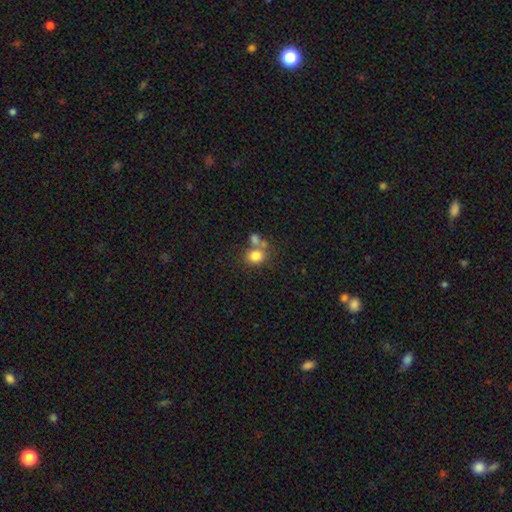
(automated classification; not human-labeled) Morphology: type=smooth (79%); roundness=round (69%); merging=none (49%).